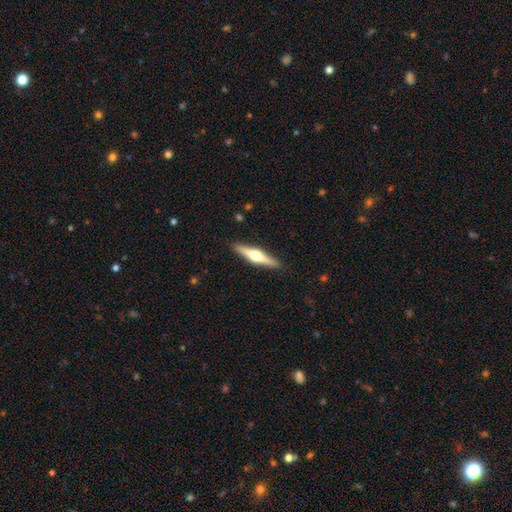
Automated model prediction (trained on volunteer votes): smooth_or_featured: featured or disk (p=0.69) [alt: smooth p=0.27]
disk_edge_on: yes (p=0.98) [alt: no p=0.02]
edge_on_bulge: rounded (p=0.95) [alt: boxy p=0.03]
merging: none (p=0.91) [alt: minor disturbance p=0.06]